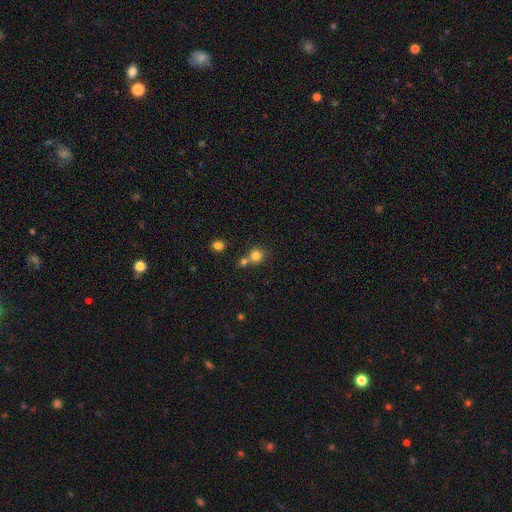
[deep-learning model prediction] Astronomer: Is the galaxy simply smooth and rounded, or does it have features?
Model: smooth — 80%.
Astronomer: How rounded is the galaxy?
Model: round — 90%.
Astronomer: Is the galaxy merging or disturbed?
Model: none — 57%.